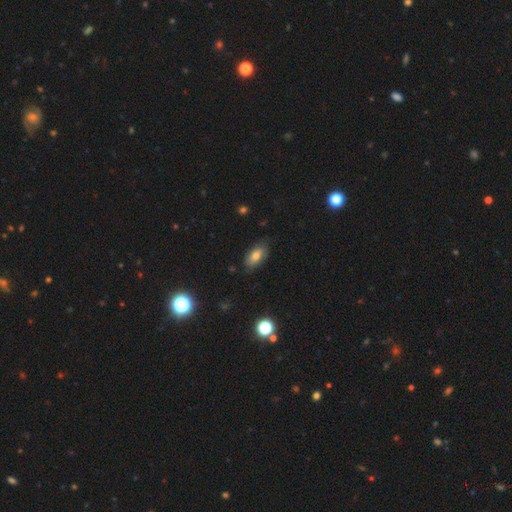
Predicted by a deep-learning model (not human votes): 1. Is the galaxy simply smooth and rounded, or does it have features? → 71% smooth, 19% featured or disk, 10% star or artifact.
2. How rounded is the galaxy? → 90% in between, 6% cigar-shaped, 4% round.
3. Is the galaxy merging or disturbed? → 76% none, 18% minor disturbance, 4% major disturbance, 1% merger.